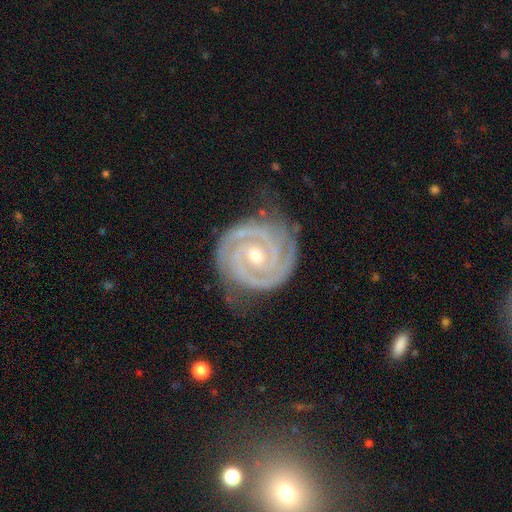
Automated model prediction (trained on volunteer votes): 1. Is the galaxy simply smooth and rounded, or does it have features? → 92% featured or disk, 4% star or artifact, 3% smooth.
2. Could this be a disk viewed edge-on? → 98% no, 2% yes.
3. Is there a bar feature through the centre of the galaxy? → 53% no, 32% weak, 14% strong.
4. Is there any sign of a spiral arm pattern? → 99% yes, 1% no.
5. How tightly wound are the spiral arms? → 83% tight, 15% medium, 2% loose.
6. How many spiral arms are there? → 72% 2, 14% 3, 5% can't tell, 3% 4, 3% more than 4, 3% 1.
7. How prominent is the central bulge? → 51% moderate, 46% small, 1% large, 1% none, 1% dominant.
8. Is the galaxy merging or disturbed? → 75% none, 18% minor disturbance, 5% major disturbance, 1% merger.